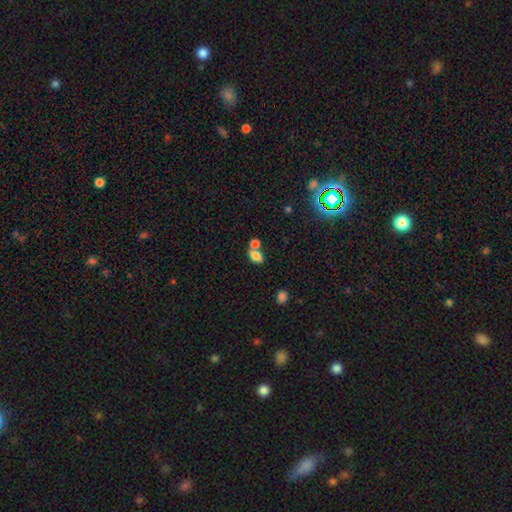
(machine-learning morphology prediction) smooth_or_featured: smooth (p=0.78) [alt: star or artifact p=0.11]
how_rounded: in between (p=0.84) [alt: round p=0.13]
merging: merger (p=0.44) [alt: none p=0.42]